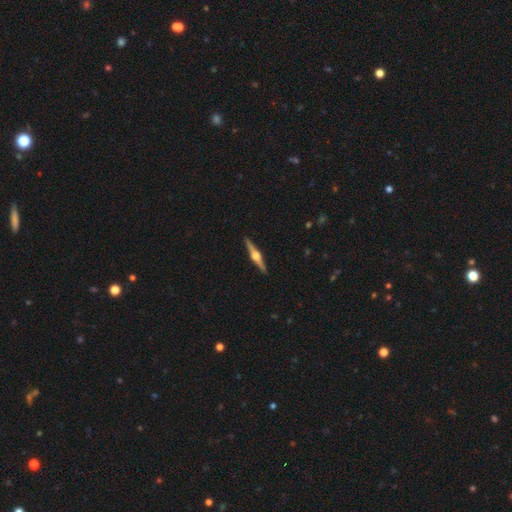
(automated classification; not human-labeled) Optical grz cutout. It shows a featured or disk galaxy (84%) viewed edge-on (98%) with a rounded central bulge (94%). Merging: none (92%).